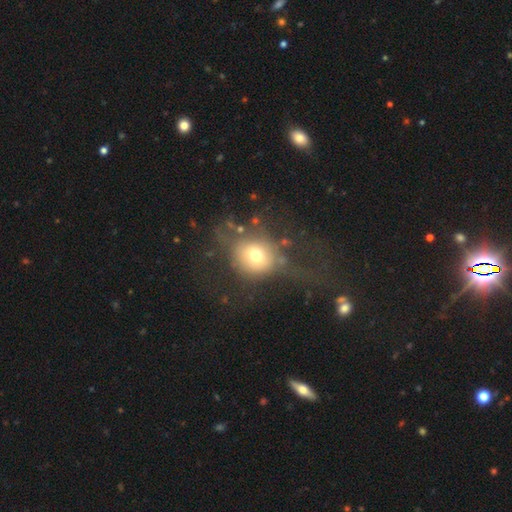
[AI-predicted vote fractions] A smooth galaxy with no disk features (67%) that is round (80%). Merging: none (42%).